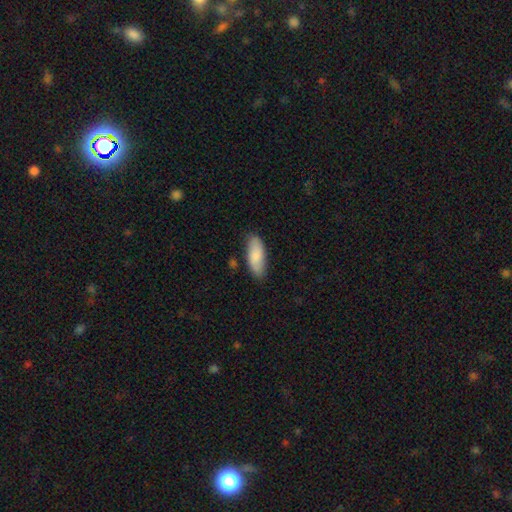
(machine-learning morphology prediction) A smooth galaxy with no disk features (83%) that is in between round and cigar-shaped (79%). Merging: none (80%).